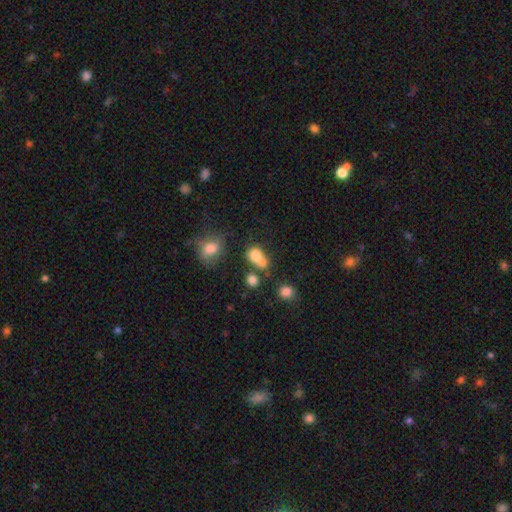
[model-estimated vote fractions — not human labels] Morphology: type=smooth (74%); roundness=in between (54%); merging=merger (52%).